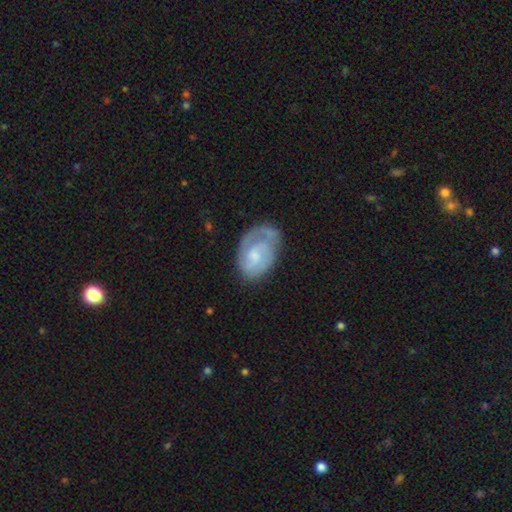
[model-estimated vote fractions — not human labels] A featured or disk galaxy (61%) with no bar (61%), spiral arms (78%) and a moderate central bulge (39%).

Vote fractions:
- Smooth or featured? featured or disk: 61% / smooth: 33% / star or artifact: 6%
- Edge-on disk? no: 97% / yes: 3%
- Bar? no: 61% / weak: 35% / strong: 5%
- Spiral arms? yes: 78% / no: 22%
- Bulge size? moderate: 39% / small: 38% / none: 16% / large: 5% / dominant: 1%
- Merging? none: 49% / minor disturbance: 30% / major disturbance: 17% / merger: 3%